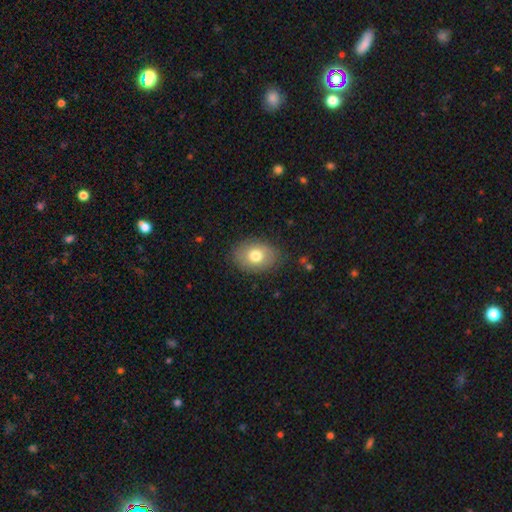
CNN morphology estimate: A smooth galaxy with no disk features (75%) that is in between round and cigar-shaped (72%). Merging: none (83%).